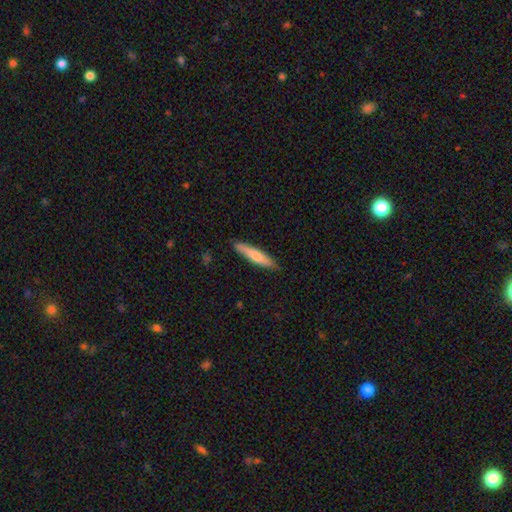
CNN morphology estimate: Smooth or featured: smooth — 72% (featured or disk — 23%)
How rounded: cigar-shaped — 86% (in between — 12%)
Merging: none — 85% (minor disturbance — 12%)